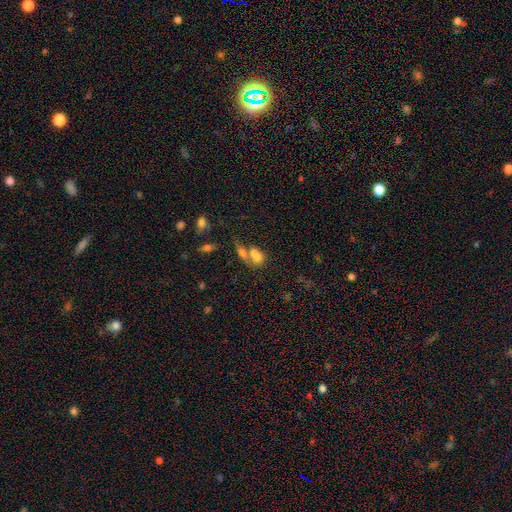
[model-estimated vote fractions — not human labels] Morphology: type=smooth (70%); roundness=in between (71%); merging=merger (62%).